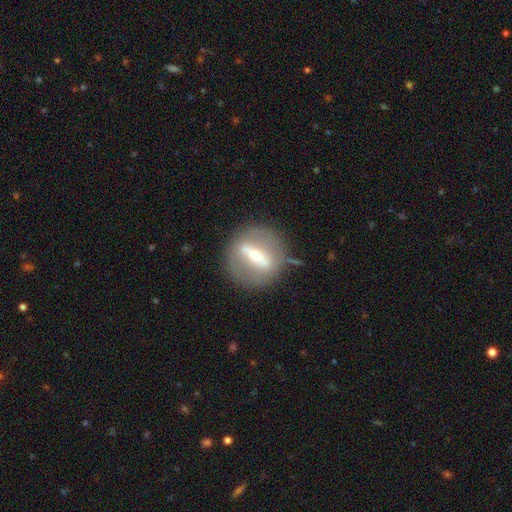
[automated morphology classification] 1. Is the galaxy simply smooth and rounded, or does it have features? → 66% featured or disk, 27% smooth, 8% star or artifact.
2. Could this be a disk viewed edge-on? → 69% no, 31% yes.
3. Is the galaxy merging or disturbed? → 81% none, 11% minor disturbance, 6% major disturbance, 2% merger.